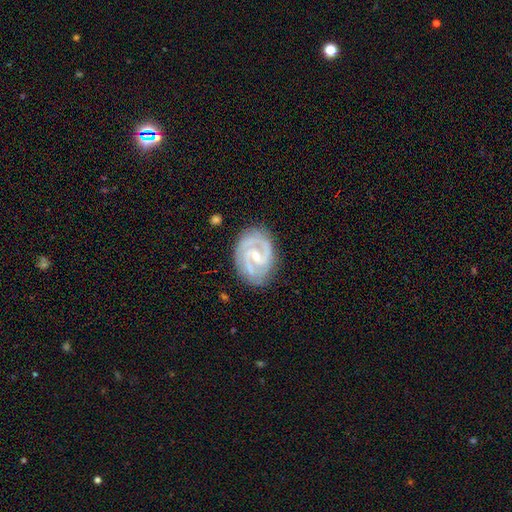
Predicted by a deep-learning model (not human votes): Smooth or featured? Predicted: featured or disk (p=0.92). Edge-on disk? Predicted: no (p=0.98). Bar? Predicted: weak (p=0.50). Spiral arms? Predicted: yes (p=0.98). Spiral winding? Predicted: tight (p=0.50). Spiral arm count? Predicted: 2 (p=0.82). Bulge size? Predicted: small (p=0.59). Merging? Predicted: none (p=0.80).